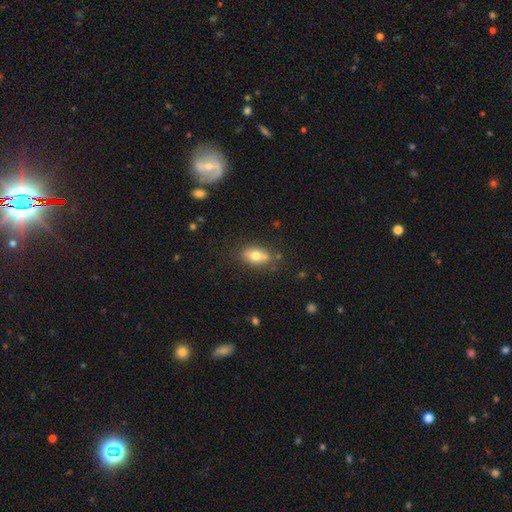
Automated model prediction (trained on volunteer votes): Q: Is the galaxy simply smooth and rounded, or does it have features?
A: smooth — 67%.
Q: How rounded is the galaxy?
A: in between — 80%.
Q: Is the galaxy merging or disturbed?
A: none — 69%.